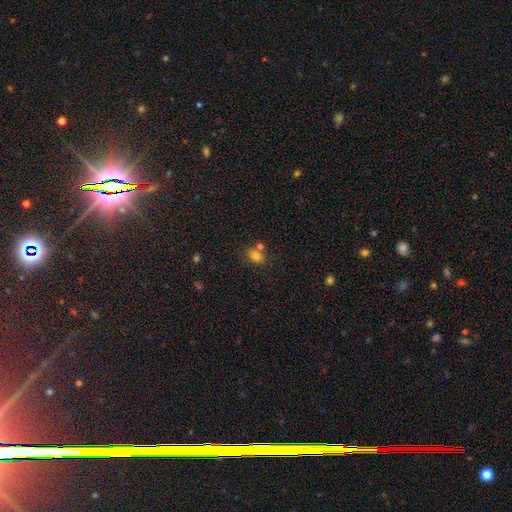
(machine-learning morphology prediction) A smooth galaxy with no disk features (78%) that is in between round and cigar-shaped (55%). Merging: none (59%).